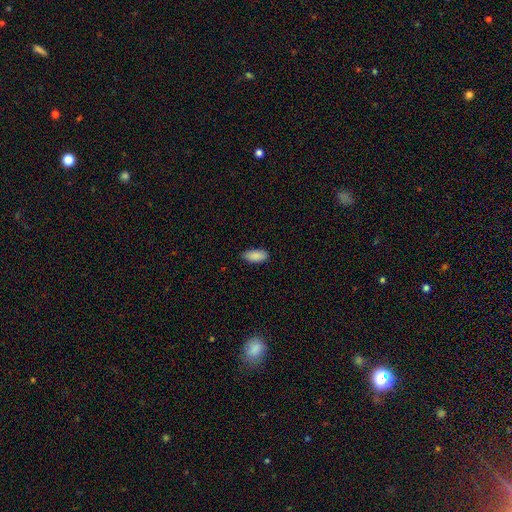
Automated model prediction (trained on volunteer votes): Smooth or featured? Predicted: smooth (p=0.90). How rounded? Predicted: in between (p=0.90). Merging? Predicted: none (p=0.86).